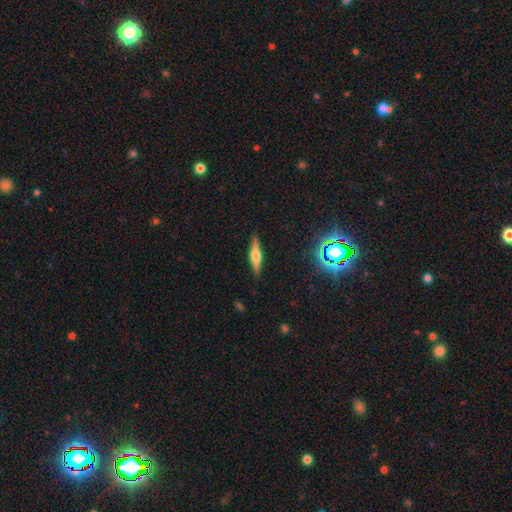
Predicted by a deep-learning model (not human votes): Q: Smooth or featured?
A: featured or disk (59%); runner-up: smooth (32%)
Q: Edge-on disk?
A: yes (96%); runner-up: no (4%)
Q: Edge-on bulge?
A: rounded (86%); runner-up: boxy (11%)
Q: Merging?
A: none (89%); runner-up: minor disturbance (8%)